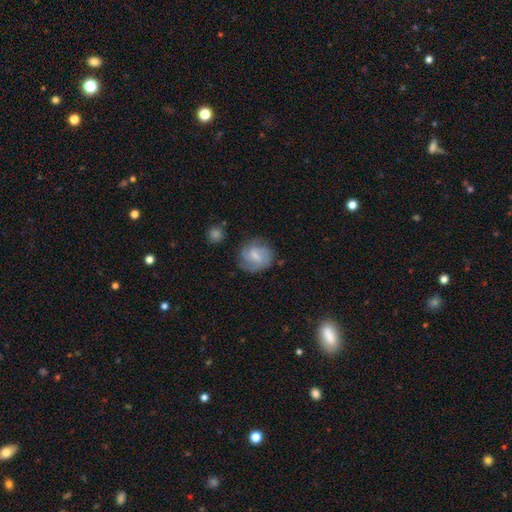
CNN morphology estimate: smooth-or-featured: smooth: 48% | featured or disk: 45% | star or artifact: 7%
  merging: none: 67% | minor disturbance: 21% | major disturbance: 9% | merger: 3%